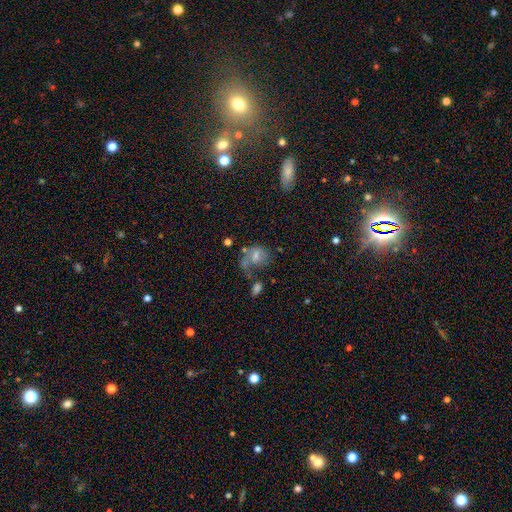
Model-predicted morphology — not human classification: The model was most divided on "smooth or featured": featured or disk: 45%, smooth: 36%, star or artifact: 20%. Remaining: merging — none (36%).